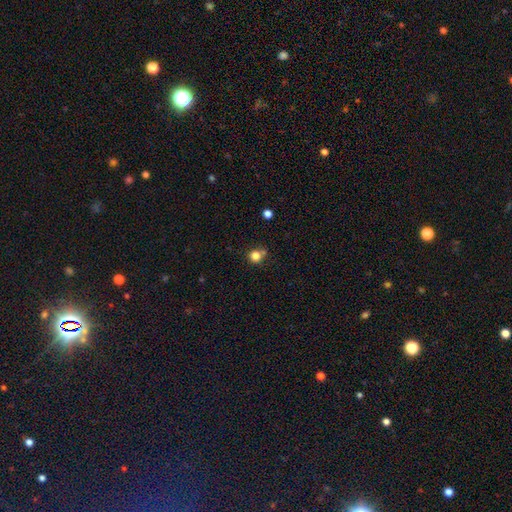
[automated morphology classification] This is clearly a smooth galaxy (81%). How rounded: clearly round (89%). Merging: likely none (67%).